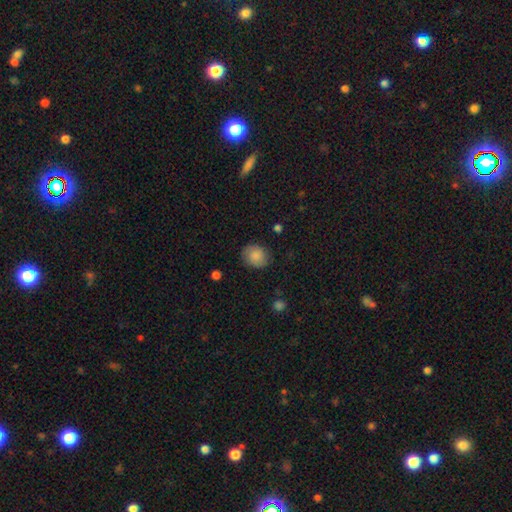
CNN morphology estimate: Overall: smooth (82%). How rounded: round (66%; in between 33%). Merging: none (80%).